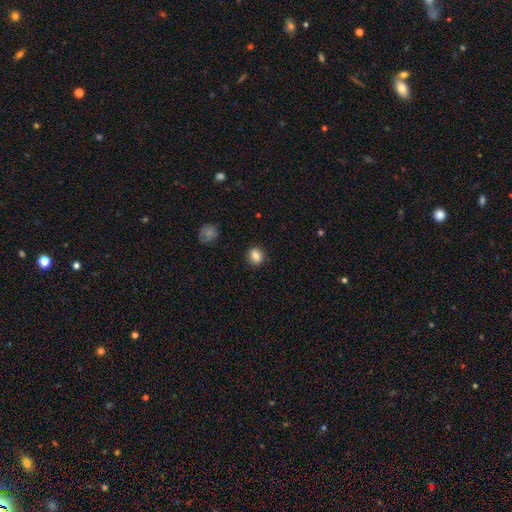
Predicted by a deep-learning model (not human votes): Smooth or featured? smooth (85%)
How rounded? round (70%)
Merging? none (89%)